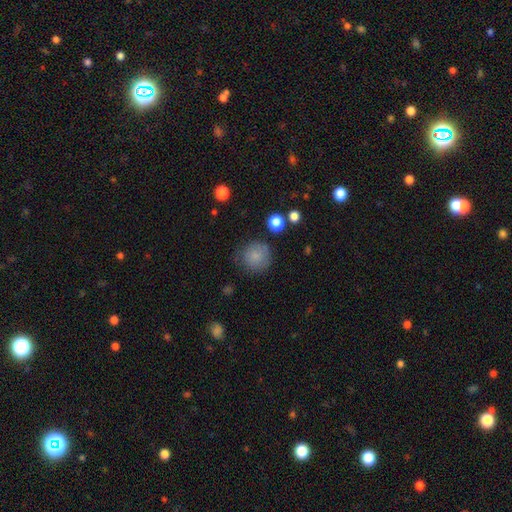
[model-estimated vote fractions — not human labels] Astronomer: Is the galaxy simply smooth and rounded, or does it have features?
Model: smooth — 83%.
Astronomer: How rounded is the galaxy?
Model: round — 90%.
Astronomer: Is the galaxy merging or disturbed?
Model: none — 70%.